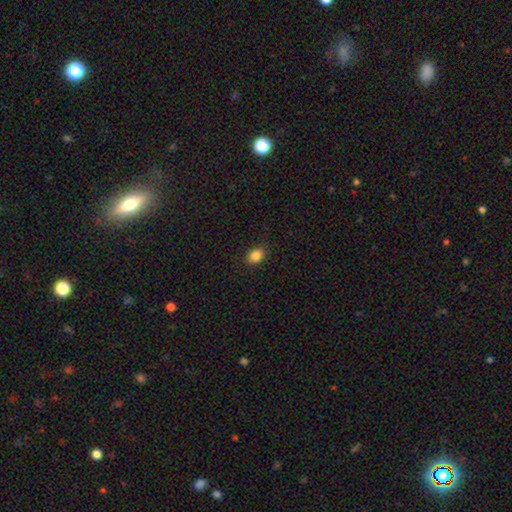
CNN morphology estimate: This is clearly a smooth galaxy (86%). How rounded: likely in between (65%). Merging: clearly none (86%).